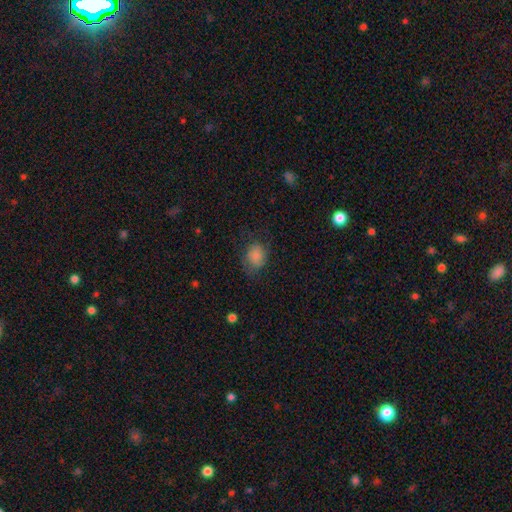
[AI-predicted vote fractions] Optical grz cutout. It shows a smooth galaxy with no disk features (76%) that is in between round and cigar-shaped (50%). Merging: none (62%).